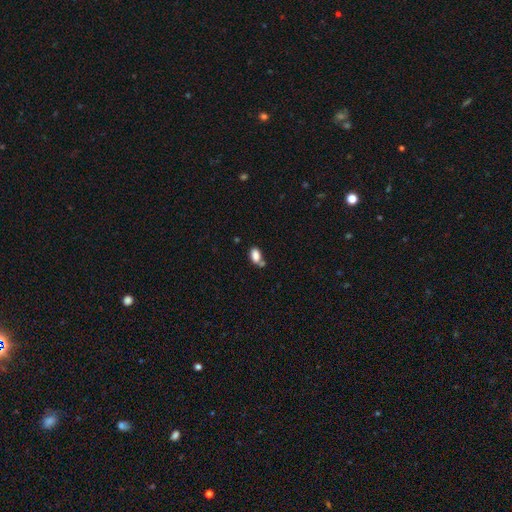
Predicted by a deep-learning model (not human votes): A smooth galaxy with no disk features (85%) that is in between round and cigar-shaped (90%).

Vote fractions:
- Smooth or featured? smooth: 85% / star or artifact: 9% / featured or disk: 6%
- How rounded? in between: 90% / round: 7% / cigar-shaped: 2%
- Merging? none: 52% / merger: 28% / minor disturbance: 15% / major disturbance: 5%